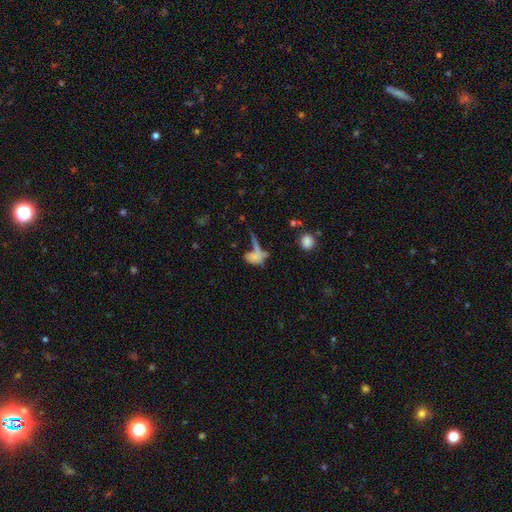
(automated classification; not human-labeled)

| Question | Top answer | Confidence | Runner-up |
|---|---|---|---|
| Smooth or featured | smooth | 62% | featured or disk (23%) |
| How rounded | in between | 68% | round (18%) |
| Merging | merger | 32% | none (31%) |